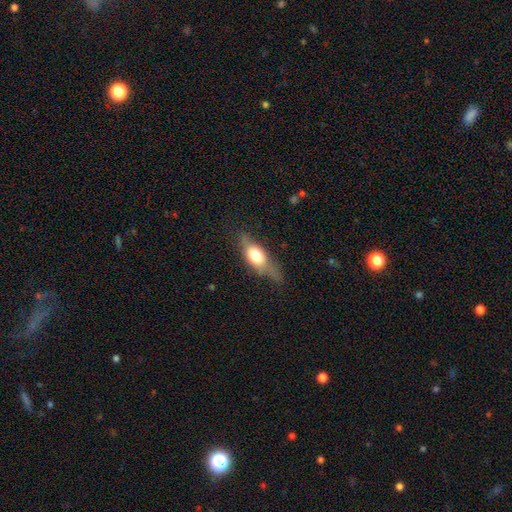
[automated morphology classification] smooth-or-featured: smooth: 56% | featured or disk: 37% | star or artifact: 7%
  how-rounded: in between: 69% | cigar-shaped: 25% | round: 6%
  merging: none: 54% | minor disturbance: 30% | major disturbance: 14% | merger: 2%